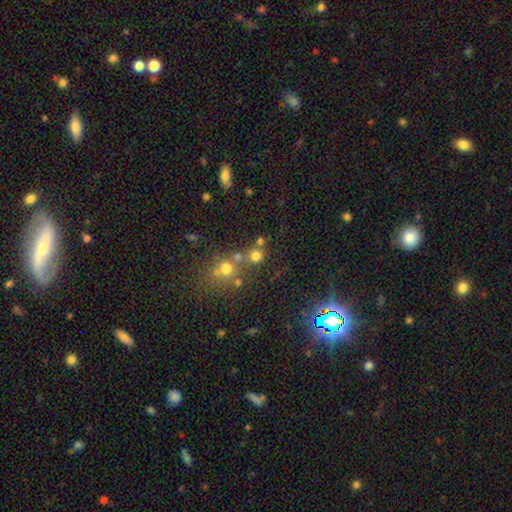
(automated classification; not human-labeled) smooth-or-featured: smooth: 69% | star or artifact: 20% | featured or disk: 10%
  how-rounded: round: 91% | in between: 8% | cigar-shaped: 1%
  merging: none: 63% | merger: 25% | minor disturbance: 7% | major disturbance: 4%